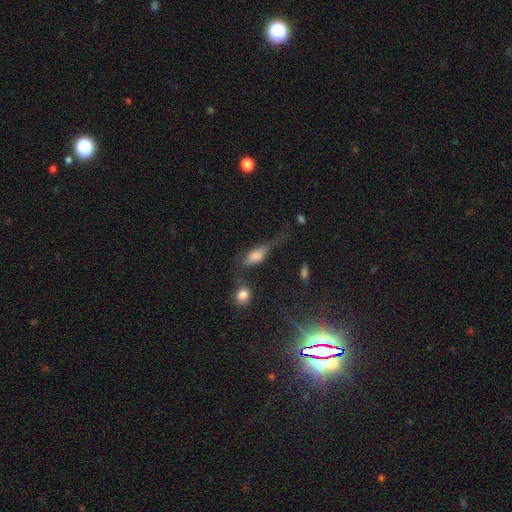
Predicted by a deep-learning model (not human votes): This appears to be a smooth galaxy with no disk features (56%) that is in between round and cigar-shaped (62%). Merging: none (39%).